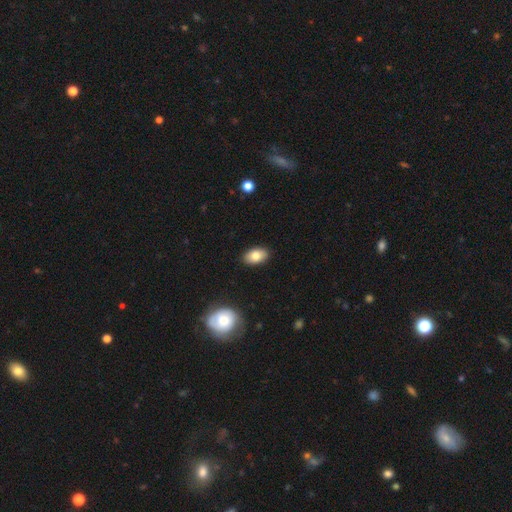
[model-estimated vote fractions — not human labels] Morphology: type=smooth (82%); roundness=in between (91%); merging=none (89%).